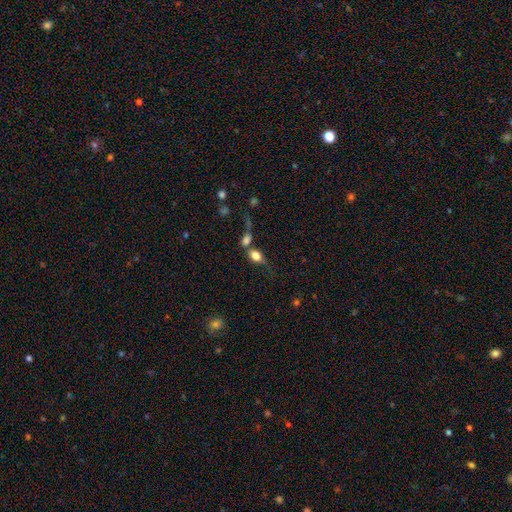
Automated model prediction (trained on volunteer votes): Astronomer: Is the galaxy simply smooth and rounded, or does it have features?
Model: smooth — 77%.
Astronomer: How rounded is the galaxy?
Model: in between — 77%.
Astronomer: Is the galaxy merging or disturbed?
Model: merger — 46% (runner-up: none, 29%).